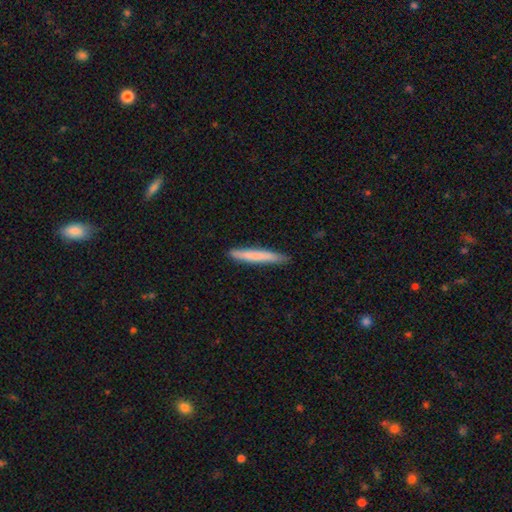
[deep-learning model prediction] Morphology: type=smooth (73%); roundness=cigar-shaped (96%); merging=none (88%).